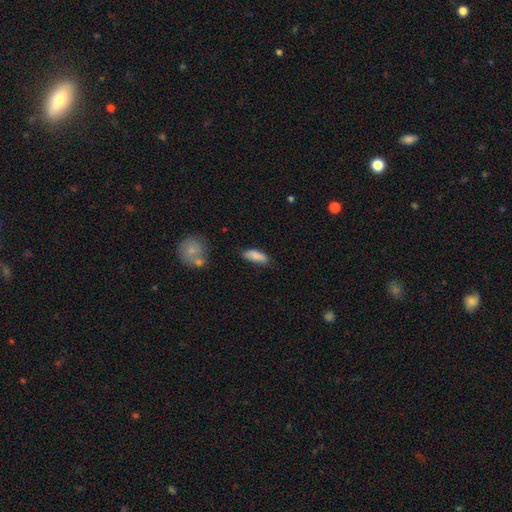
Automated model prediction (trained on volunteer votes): Smooth or featured: smooth — 85% (featured or disk — 8%)
How rounded: in between — 64% (cigar-shaped — 34%)
Merging: none — 65% (minor disturbance — 26%)